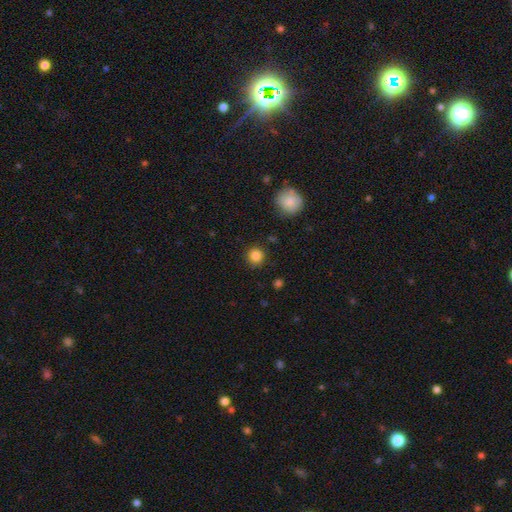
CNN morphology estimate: type=smooth (85%); roundness=round (92%); merging=none (88%).